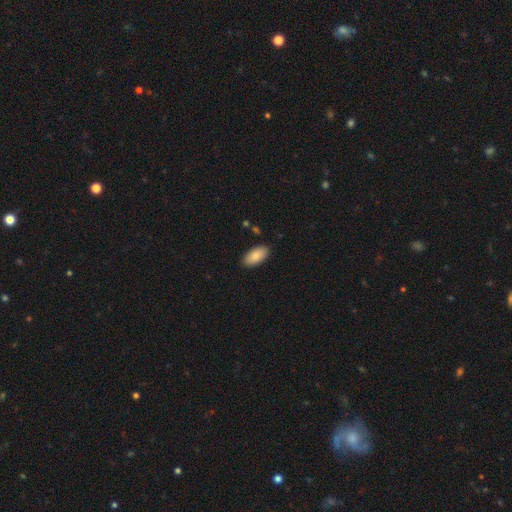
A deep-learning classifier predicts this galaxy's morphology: smooth 84%, featured or disk 9%, star or artifact 6%. Down the decision tree: how rounded — in between (94%); merging — none (88%).